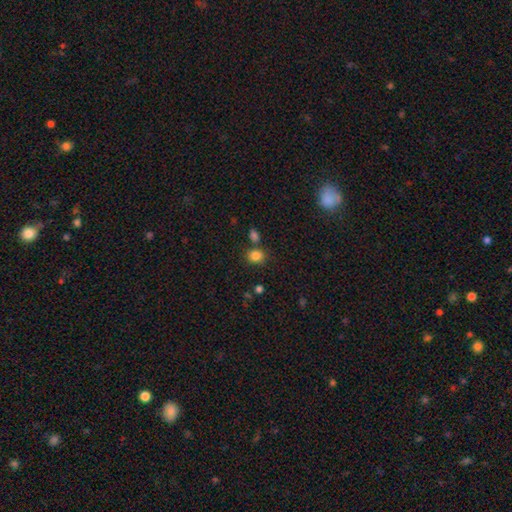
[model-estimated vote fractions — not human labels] Overall: smooth (84%). How rounded: round (58%; in between 41%). Merging: none (74%).